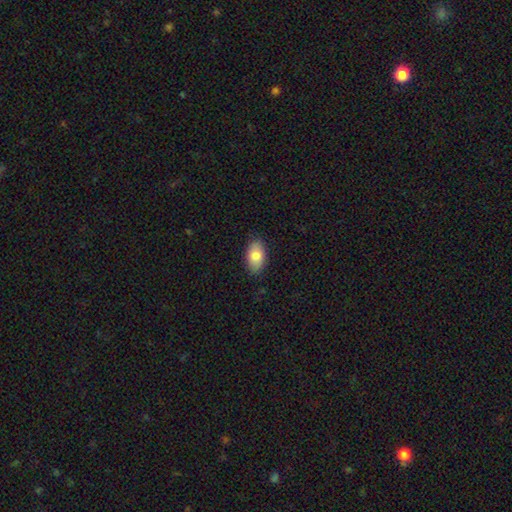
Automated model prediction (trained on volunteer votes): Morphology: type=smooth (82%); roundness=in between (93%); merging=none (86%).